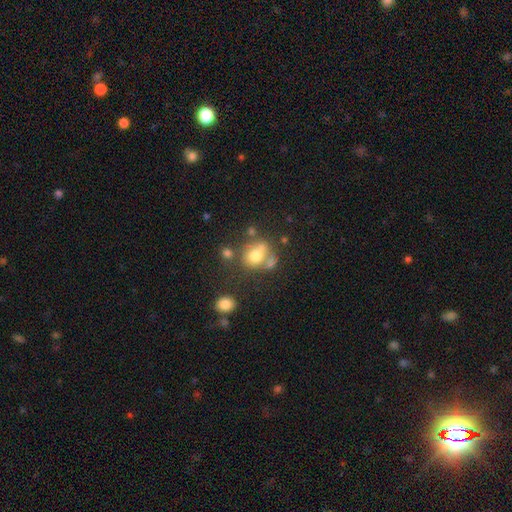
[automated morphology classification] Q: Smooth or featured?
A: smooth (66%); runner-up: featured or disk (22%)
Q: How rounded?
A: round (65%); runner-up: in between (34%)
Q: Merging?
A: none (44%); runner-up: merger (28%)